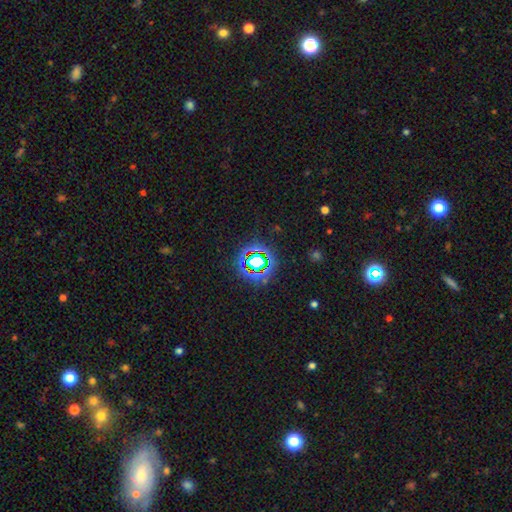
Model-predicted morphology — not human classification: A star or artifact, not a galaxy (69%).

Vote fractions:
- Smooth or featured? star or artifact: 69% / smooth: 20% / featured or disk: 10%